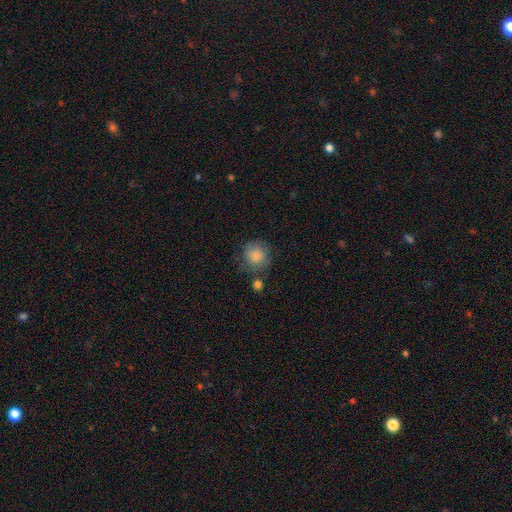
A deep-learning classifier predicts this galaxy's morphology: Q: Smooth or featured?
A: smooth (82%); runner-up: featured or disk (10%)
Q: How rounded?
A: round (90%); runner-up: in between (9%)
Q: Merging?
A: none (67%); runner-up: minor disturbance (19%)